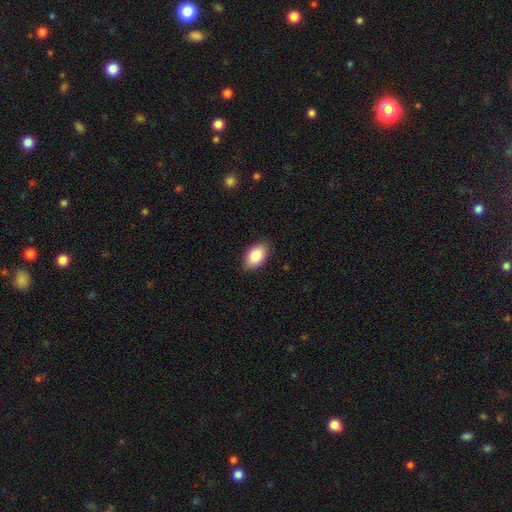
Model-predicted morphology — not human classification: A smooth galaxy with no disk features (87%) that is in between round and cigar-shaped (93%).

Vote fractions:
- Smooth or featured? smooth: 87% / featured or disk: 7% / star or artifact: 6%
- How rounded? in between: 93% / round: 5% / cigar-shaped: 1%
- Merging? none: 88% / minor disturbance: 9% / major disturbance: 2% / merger: 1%